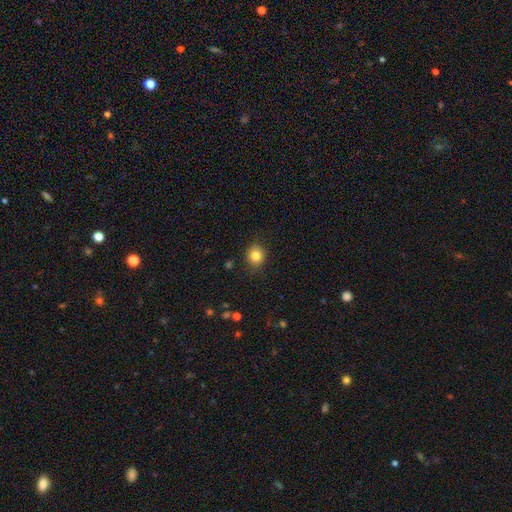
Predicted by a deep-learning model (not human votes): Morphology: type=smooth (83%); roundness=round (83%); merging=none (87%).